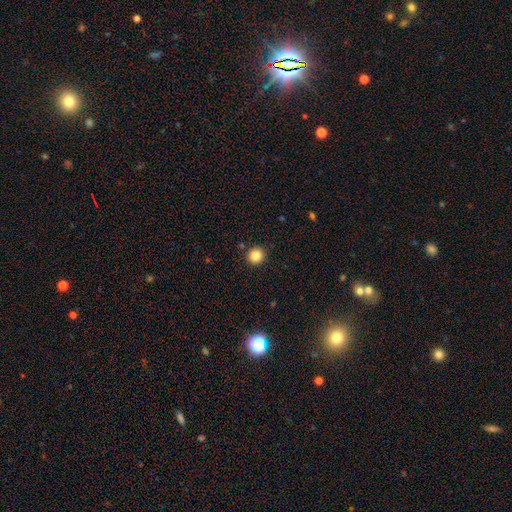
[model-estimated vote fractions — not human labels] Morphology: type=smooth (85%); roundness=round (94%); merging=none (91%).